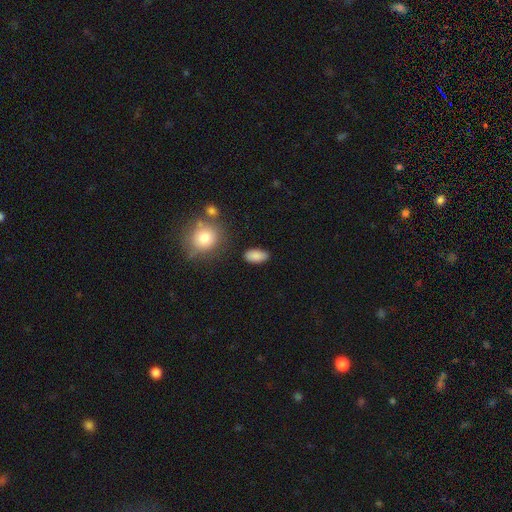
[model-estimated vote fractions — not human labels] A smooth galaxy with no disk features (87%) that is in between round and cigar-shaped (91%).

Vote fractions:
- Smooth or featured? smooth: 87% / star or artifact: 8% / featured or disk: 5%
- How rounded? in between: 91% / cigar-shaped: 4% / round: 4%
- Merging? none: 84% / minor disturbance: 11% / major disturbance: 3% / merger: 2%